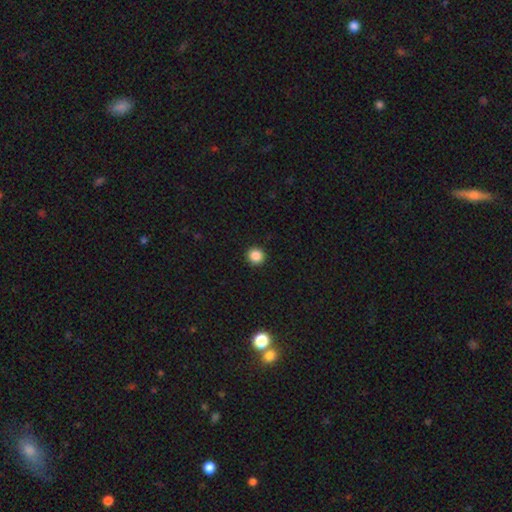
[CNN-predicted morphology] Smooth or featured? Predicted: smooth (p=0.87). How rounded? Predicted: round (p=0.94). Merging? Predicted: none (p=0.93).